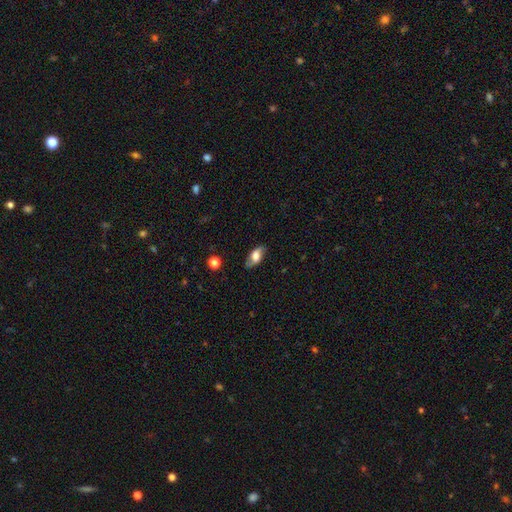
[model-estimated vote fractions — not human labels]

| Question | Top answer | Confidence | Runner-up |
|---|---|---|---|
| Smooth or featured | smooth | 49% | featured or disk (43%) |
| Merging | none | 78% | minor disturbance (16%) |